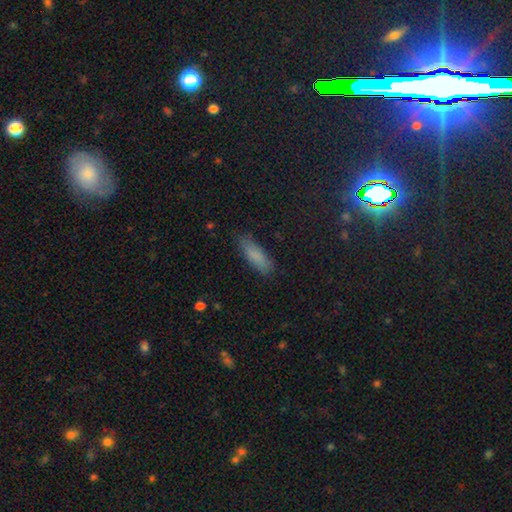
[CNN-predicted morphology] A smooth galaxy with no disk features (83%) that is in between round and cigar-shaped (51%).

Vote fractions:
- Smooth or featured? smooth: 83% / star or artifact: 9% / featured or disk: 8%
- How rounded? in between: 51% / cigar-shaped: 47% / round: 2%
- Merging? none: 80% / minor disturbance: 16% / major disturbance: 3% / merger: 1%